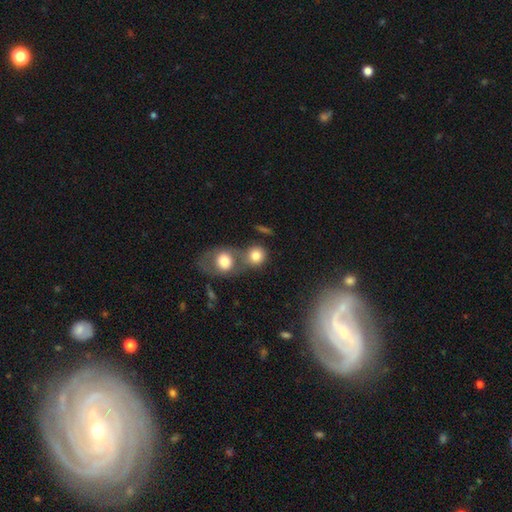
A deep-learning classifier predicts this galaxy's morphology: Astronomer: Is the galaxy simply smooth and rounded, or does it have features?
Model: smooth — 79%.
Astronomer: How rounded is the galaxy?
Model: round — 82%.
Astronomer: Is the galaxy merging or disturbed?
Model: merger — 49% (runner-up: none, 37%).